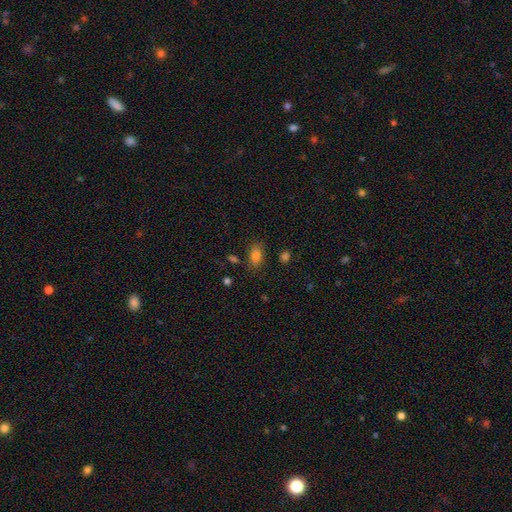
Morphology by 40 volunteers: Volunteers were most divided on "merging": none: 75%, minor disturbance: 14%, merger: 11%, major disturbance: 0%. More confident: how rounded — in between (81%); smooth or featured — smooth (78%).